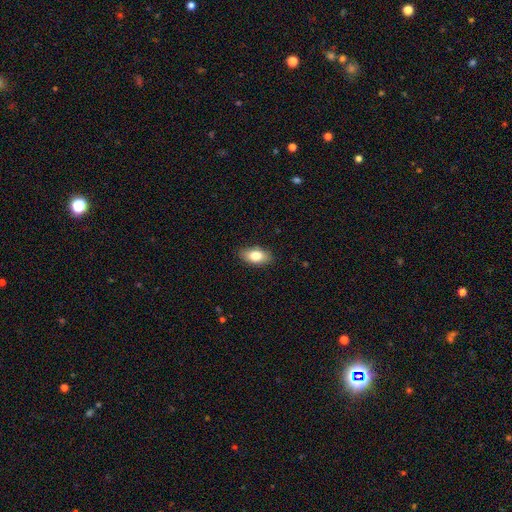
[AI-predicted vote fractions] Smooth or featured? Predicted: smooth (p=0.82). How rounded? Predicted: in between (p=0.91). Merging? Predicted: none (p=0.87).